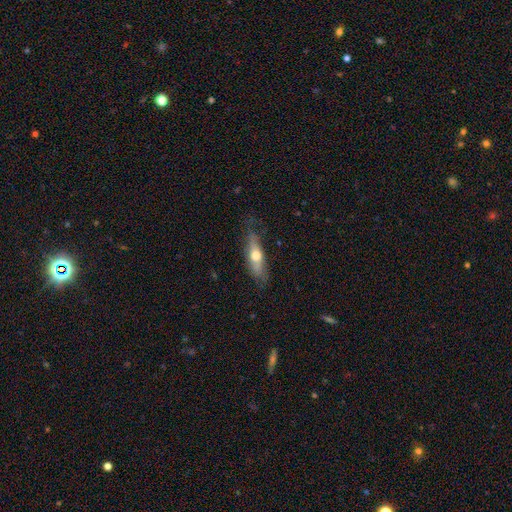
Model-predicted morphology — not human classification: Q: Smooth or featured?
A: smooth (52%); runner-up: featured or disk (42%)
Q: How rounded?
A: cigar-shaped (57%); runner-up: in between (40%)
Q: Merging?
A: none (73%); runner-up: minor disturbance (20%)